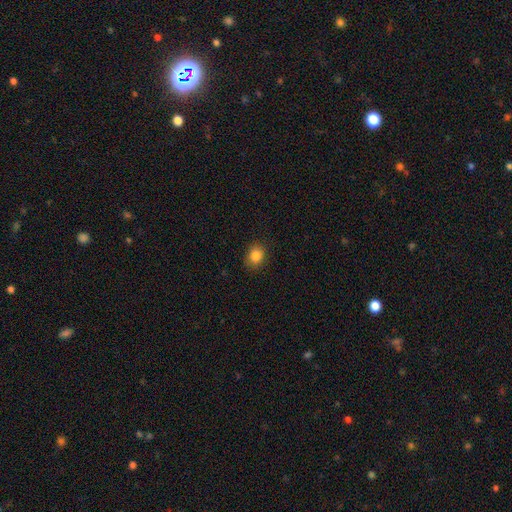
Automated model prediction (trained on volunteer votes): Q: Smooth or featured?
A: smooth (84%); runner-up: star or artifact (11%)
Q: How rounded?
A: round (54%); runner-up: in between (45%)
Q: Merging?
A: none (87%); runner-up: minor disturbance (10%)